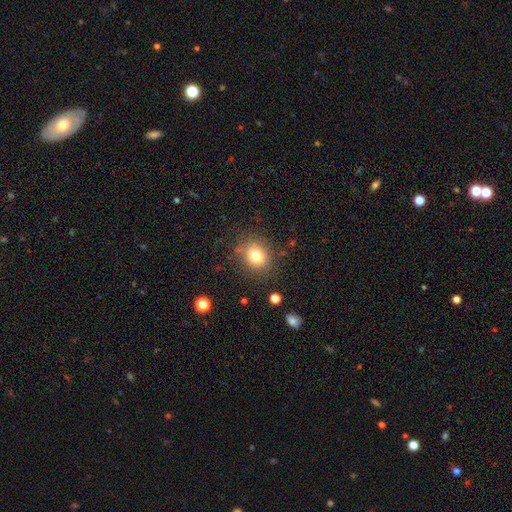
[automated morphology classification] smooth-or-featured: smooth: 78% | star or artifact: 12% | featured or disk: 10%
  how-rounded: round: 64% | in between: 35% | cigar-shaped: 1%
  merging: none: 79% | minor disturbance: 13% | major disturbance: 5% | merger: 2%